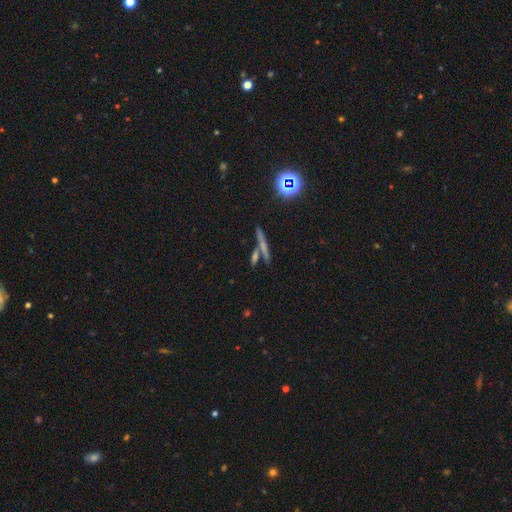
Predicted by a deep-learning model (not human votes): Morphology: type=smooth (45%); merging=none (66%).